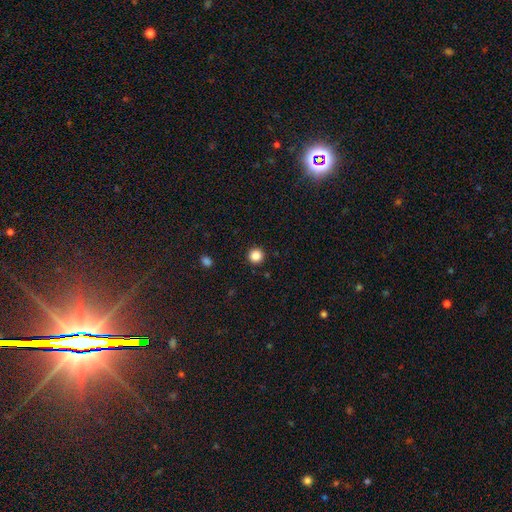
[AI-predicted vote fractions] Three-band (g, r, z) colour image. It shows a smooth galaxy with no disk features (86%) that is round (96%). Merging: none (93%).